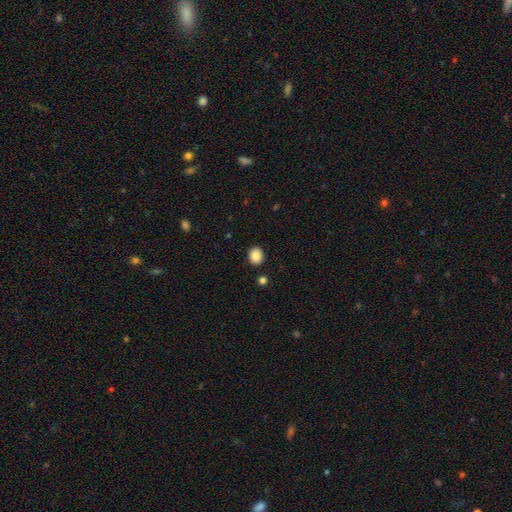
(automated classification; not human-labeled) Smooth or featured?
  - smooth: 87% *
  - star or artifact: 9%
  - featured or disk: 4%
How rounded?
  - round: 66% *
  - in between: 33%
  - cigar-shaped: 1%
Merging?
  - none: 89% *
  - minor disturbance: 7%
  - merger: 3%
  - major disturbance: 2%